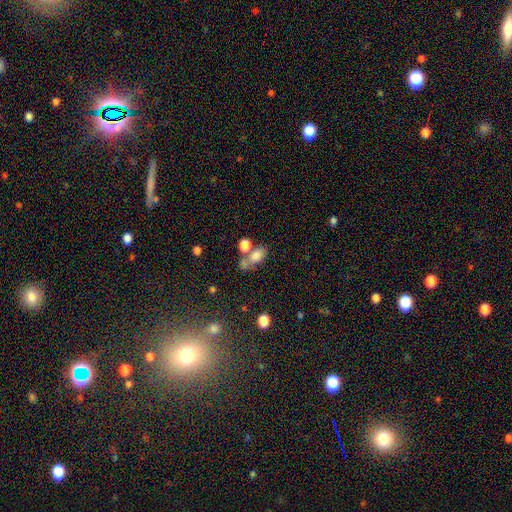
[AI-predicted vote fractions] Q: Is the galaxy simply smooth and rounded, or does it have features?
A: smooth — 76%.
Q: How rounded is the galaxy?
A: in between — 82%.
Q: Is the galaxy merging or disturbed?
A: merger — 40%.